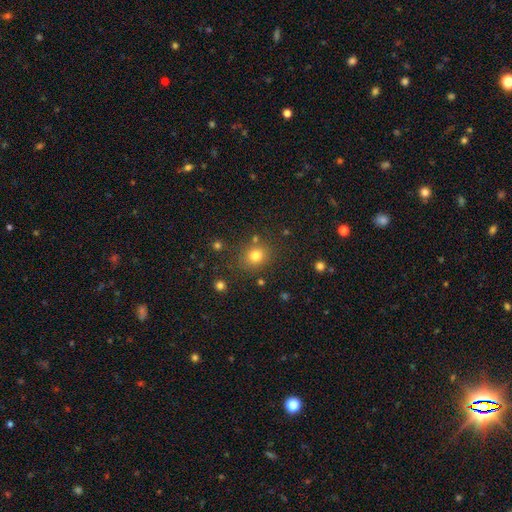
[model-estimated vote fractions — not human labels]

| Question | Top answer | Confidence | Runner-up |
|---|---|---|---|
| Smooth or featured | smooth | 79% | star or artifact (14%) |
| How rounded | round | 75% | in between (24%) |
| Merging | none | 80% | minor disturbance (10%) |